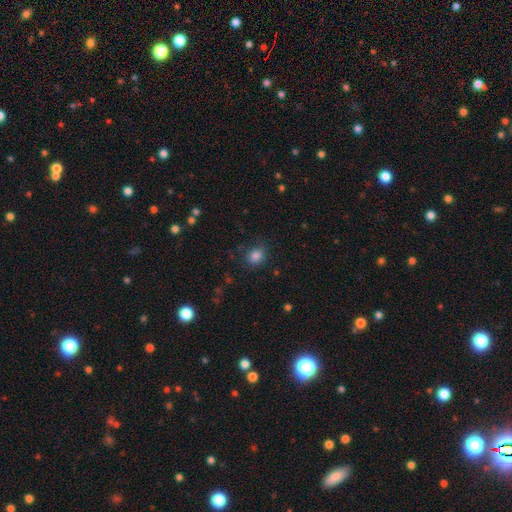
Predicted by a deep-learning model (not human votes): A smooth galaxy with no disk features (84%) that is round (62%).

Vote fractions:
- Smooth or featured? smooth: 84% / star or artifact: 12% / featured or disk: 5%
- How rounded? round: 62% / in between: 37% / cigar-shaped: 1%
- Merging? none: 81% / minor disturbance: 13% / major disturbance: 4% / merger: 1%